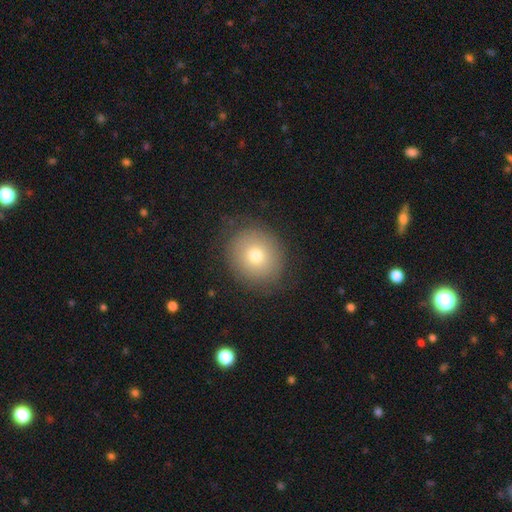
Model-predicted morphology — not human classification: Smooth or featured: smooth — 72% (featured or disk — 16%)
How rounded: round — 77% (in between — 22%)
Merging: none — 84% (minor disturbance — 11%)